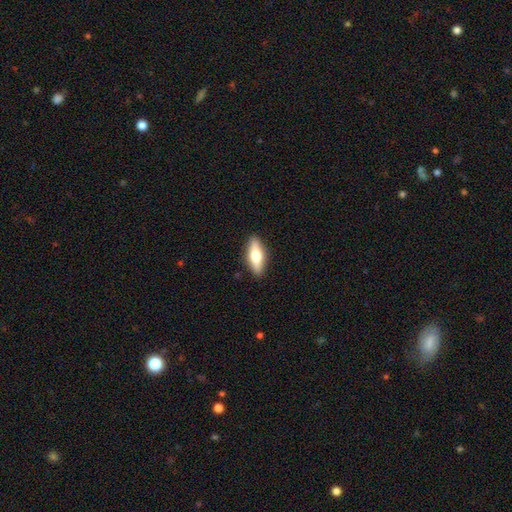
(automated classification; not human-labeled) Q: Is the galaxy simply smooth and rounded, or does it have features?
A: smooth — 59%.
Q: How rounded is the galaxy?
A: in between — 57%.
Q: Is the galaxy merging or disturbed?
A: none — 89%.